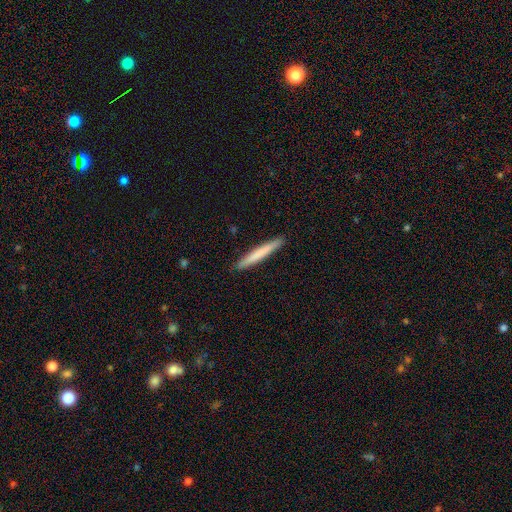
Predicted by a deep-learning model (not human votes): smooth_or_featured: smooth (p=0.62) [alt: featured or disk p=0.31]
how_rounded: cigar-shaped (p=0.96) [alt: in between p=0.03]
merging: none (p=0.91) [alt: minor disturbance p=0.07]